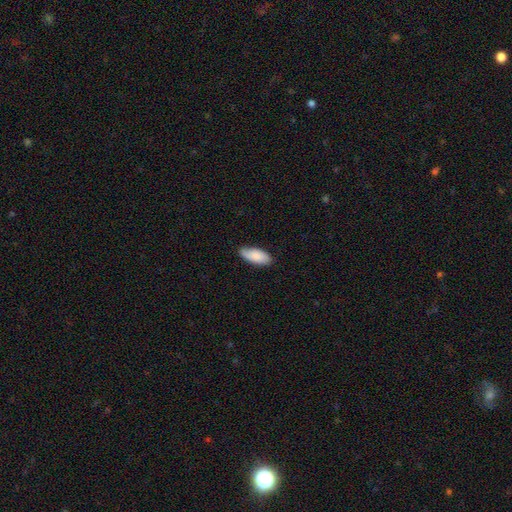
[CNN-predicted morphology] This appears to be a smooth galaxy with no disk features (84%) that is in between round and cigar-shaped (86%). Merging: none (79%).